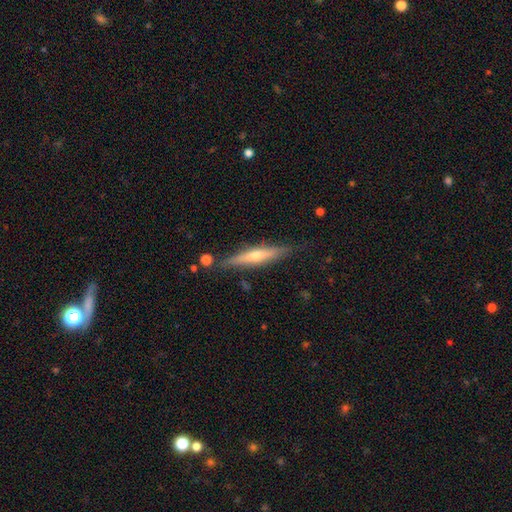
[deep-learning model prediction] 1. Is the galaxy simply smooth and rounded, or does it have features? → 60% featured or disk, 33% smooth, 7% star or artifact.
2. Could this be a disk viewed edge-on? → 94% yes, 6% no.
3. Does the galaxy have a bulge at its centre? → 79% rounded, 15% none, 6% boxy.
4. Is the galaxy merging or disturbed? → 82% none, 13% minor disturbance, 3% merger, 3% major disturbance.